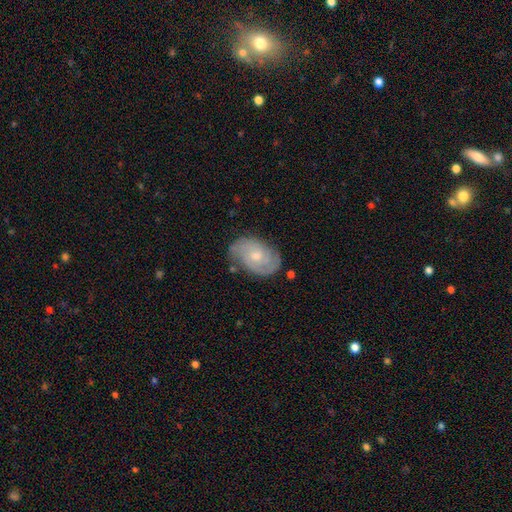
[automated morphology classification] smooth_or_featured: featured or disk (p=0.79) [alt: smooth p=0.15]
disk_edge_on: no (p=0.97) [alt: yes p=0.03]
bar: no (p=0.68) [alt: weak p=0.29]
has_spiral_arms: yes (p=0.94) [alt: no p=0.06]
spiral_winding: tight (p=0.62) [alt: medium p=0.31]
spiral_arm_count: 2 (p=0.62) [alt: can't tell p=0.20]
bulge_size: moderate (p=0.49) [alt: small p=0.46]
merging: none (p=0.75) [alt: minor disturbance p=0.18]